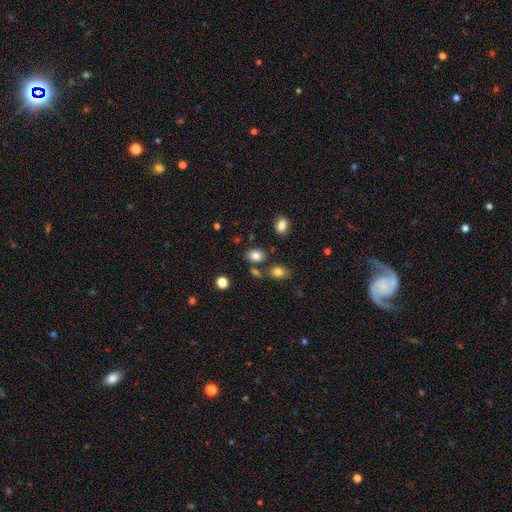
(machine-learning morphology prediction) smooth 83%, star or artifact 11%, featured or disk 6%. Down the decision tree: how rounded — in between (69%); merging — none (74%).